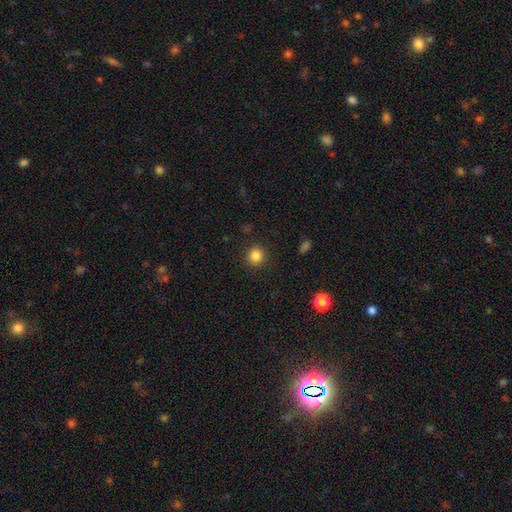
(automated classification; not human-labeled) Smooth or featured? Predicted: smooth (p=0.83). How rounded? Predicted: round (p=0.93). Merging? Predicted: none (p=0.91).